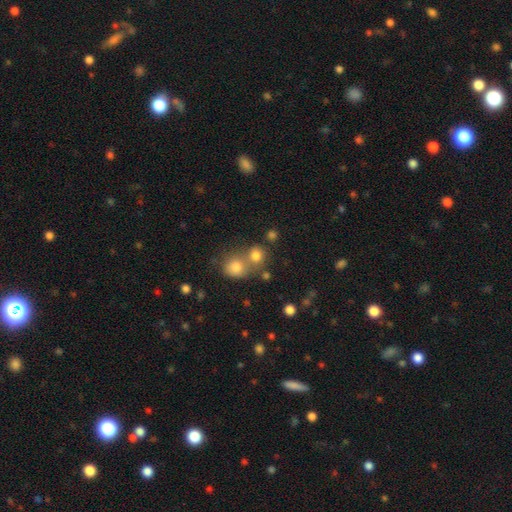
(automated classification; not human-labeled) Morphology: type=smooth (77%); roundness=round (76%); merging=none (46%).